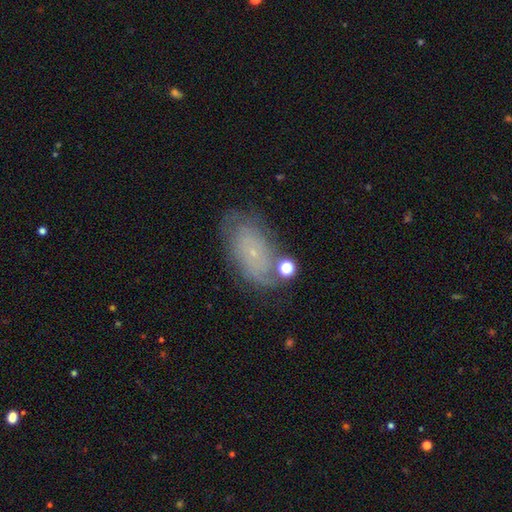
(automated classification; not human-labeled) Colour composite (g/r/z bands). It shows a featured or disk galaxy (47%). Merging: none (64%).